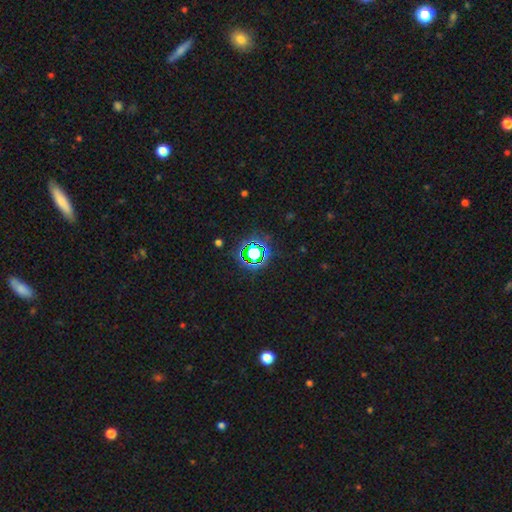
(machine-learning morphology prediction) Q: Smooth or featured?
A: star or artifact (71%); runner-up: smooth (19%)